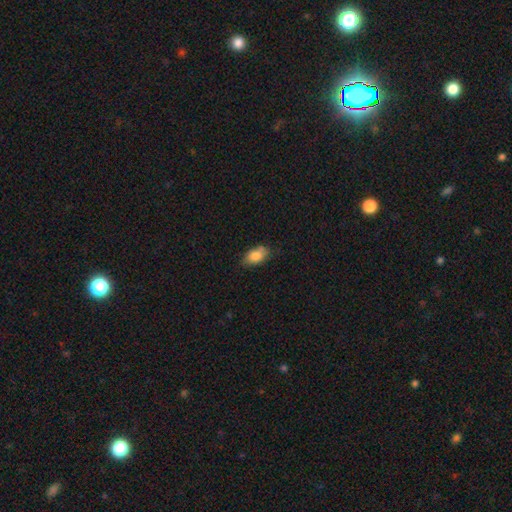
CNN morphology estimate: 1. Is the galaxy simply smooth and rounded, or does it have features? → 82% smooth, 10% featured or disk, 7% star or artifact.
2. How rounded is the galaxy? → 91% in between, 6% round, 3% cigar-shaped.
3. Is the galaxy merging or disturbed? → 72% none, 21% minor disturbance, 4% major disturbance, 3% merger.